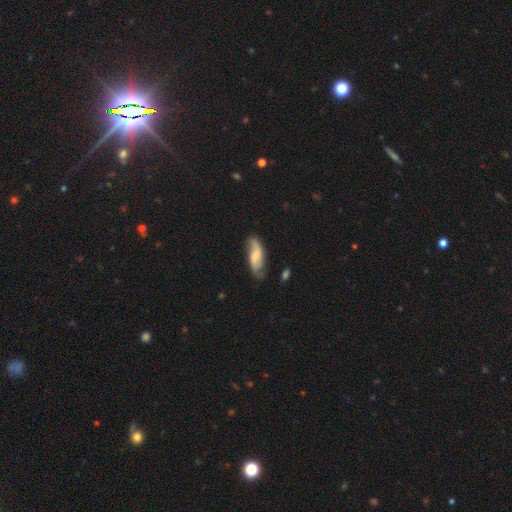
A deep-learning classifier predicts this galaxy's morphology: Smooth or featured? featured or disk (60%)
Edge-on disk? no (90%)
Bar? no (48%)
Spiral arms? yes (92%)
Bulge size? small (47%)
Merging? none (67%)